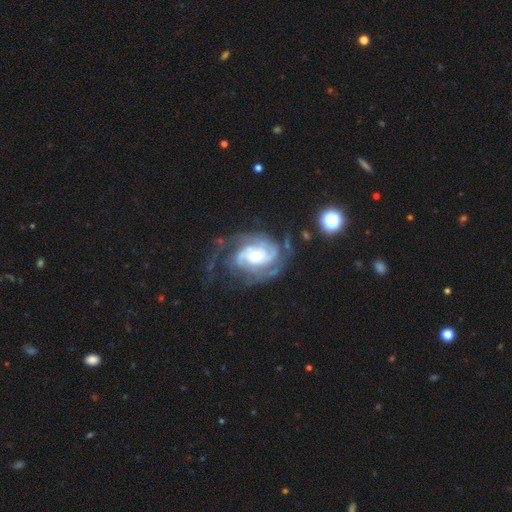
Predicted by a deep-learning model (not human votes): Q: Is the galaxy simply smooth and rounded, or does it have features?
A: featured or disk — 89%.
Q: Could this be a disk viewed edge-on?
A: no — 97%.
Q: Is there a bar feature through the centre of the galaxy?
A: no — 63%.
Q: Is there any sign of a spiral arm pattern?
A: yes — 97%.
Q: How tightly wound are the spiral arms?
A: tight — 58%.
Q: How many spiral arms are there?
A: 2 — 40%.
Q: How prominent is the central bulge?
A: moderate — 42%.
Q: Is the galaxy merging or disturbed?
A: none — 56%.